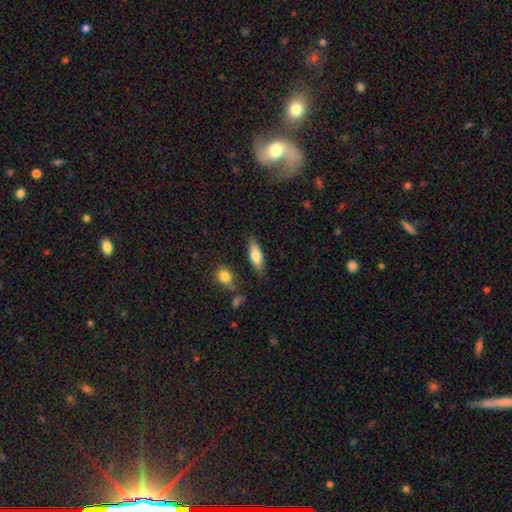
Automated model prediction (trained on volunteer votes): Morphology: type=smooth (75%); roundness=in between (57%); merging=none (80%).